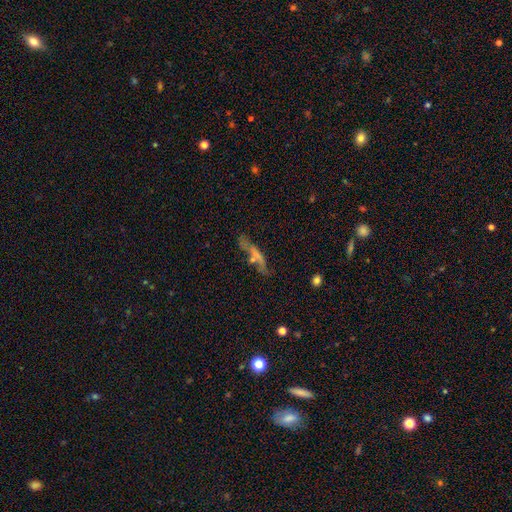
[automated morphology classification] Smooth or featured: smooth — 54% (featured or disk — 36%)
How rounded: cigar-shaped — 82% (in between — 15%)
Merging: none — 51% (minor disturbance — 23%)